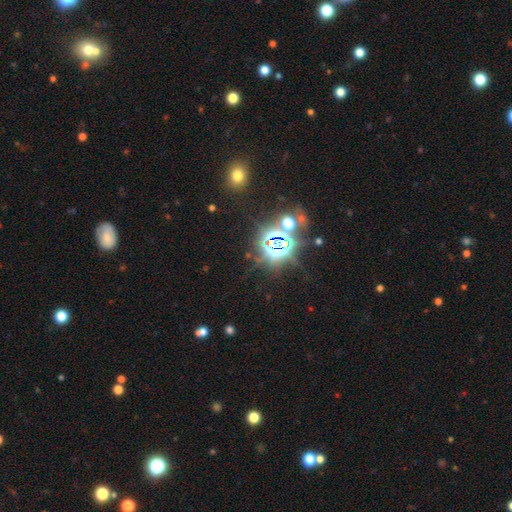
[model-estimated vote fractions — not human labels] Morphology: type=star or artifact (79%).